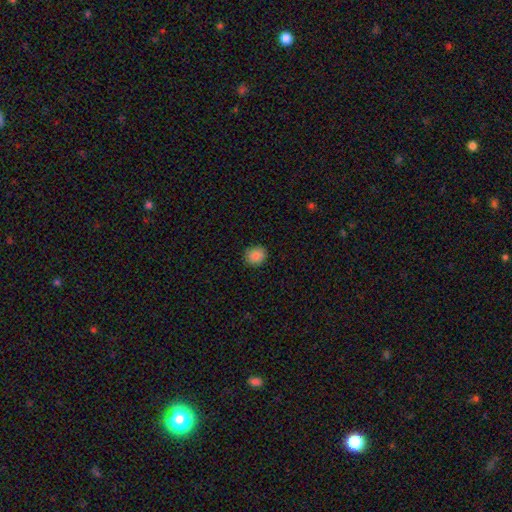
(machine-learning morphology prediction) smooth_or_featured: smooth (p=0.88) [alt: star or artifact p=0.09]
how_rounded: round (p=0.79) [alt: in between p=0.20]
merging: none (p=0.90) [alt: minor disturbance p=0.08]